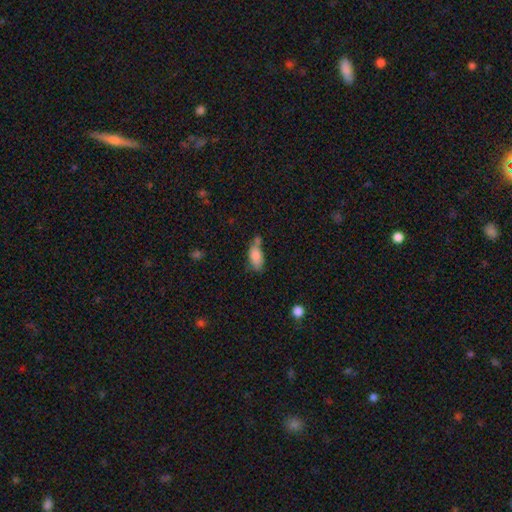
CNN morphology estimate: This appears to be a smooth galaxy with no disk features (82%) that is in between round and cigar-shaped (89%). Merging: none (38%).